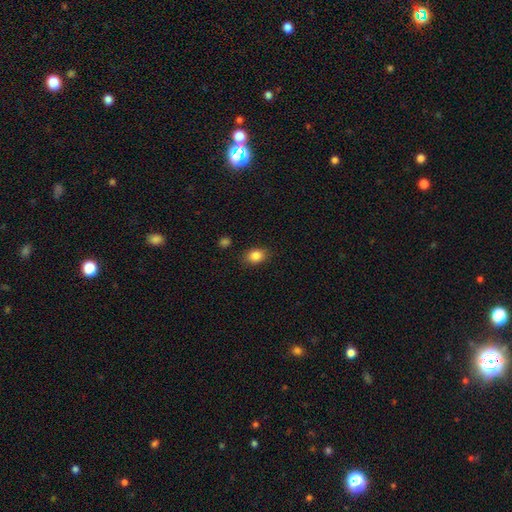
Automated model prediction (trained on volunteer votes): Smooth or featured: smooth — 84% (star or artifact — 9%)
How rounded: in between — 66% (round — 32%)
Merging: none — 84% (minor disturbance — 11%)